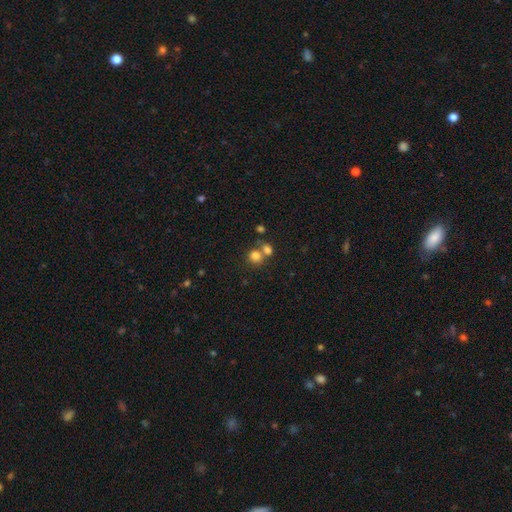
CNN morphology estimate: Q: Smooth or featured?
A: smooth (78%); runner-up: star or artifact (13%)
Q: How rounded?
A: round (83%); runner-up: in between (16%)
Q: Merging?
A: none (49%); runner-up: merger (41%)